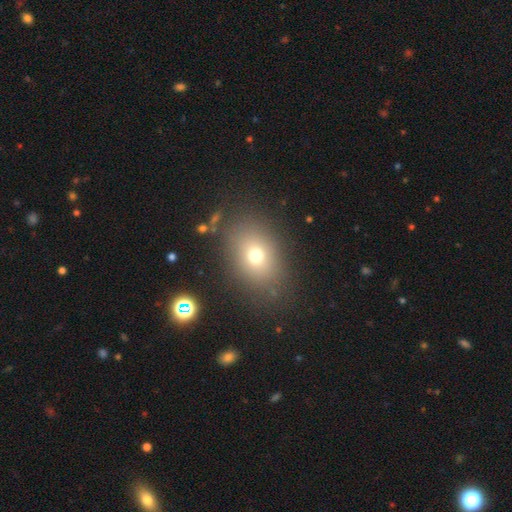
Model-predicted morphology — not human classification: The model was most divided on "how rounded": in between: 61%, round: 37%, cigar-shaped: 1%. More confident: merging — none (81%); smooth or featured — smooth (70%).